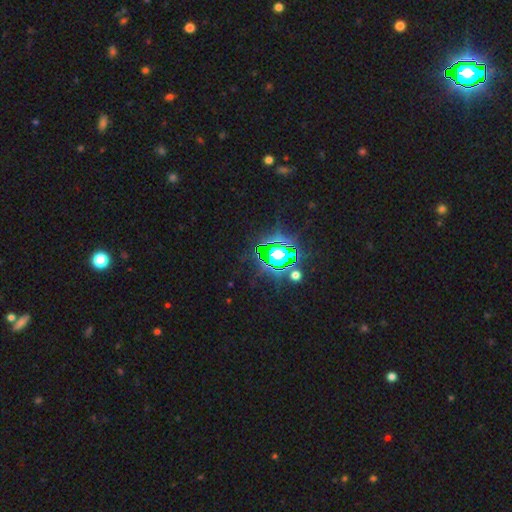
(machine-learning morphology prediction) Overall: star or artifact (81%).